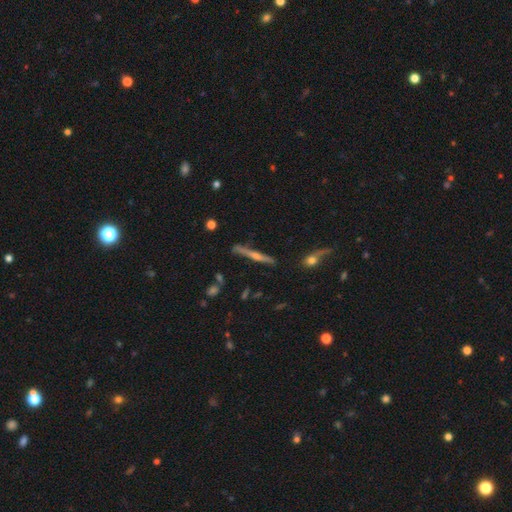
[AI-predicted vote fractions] This is likely a featured or disk galaxy (70%). It is clearly viewed edge-on (96%). Edge-on bulge: likely rounded (75%). Merging: clearly none (81%).